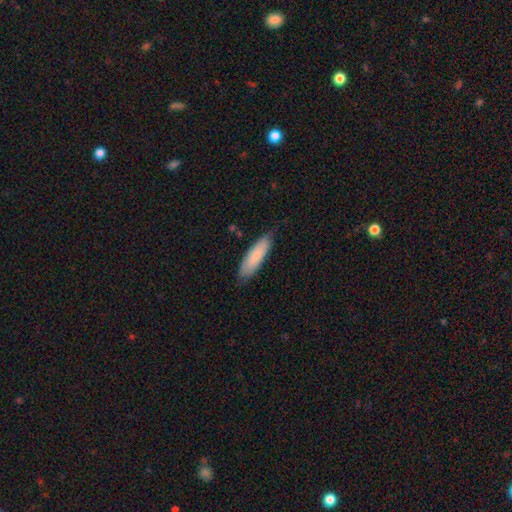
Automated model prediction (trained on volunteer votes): The model was most divided on "how rounded": cigar-shaped: 56%, in between: 43%, round: 1%. More confident: smooth or featured — smooth (81%); merging — none (80%).